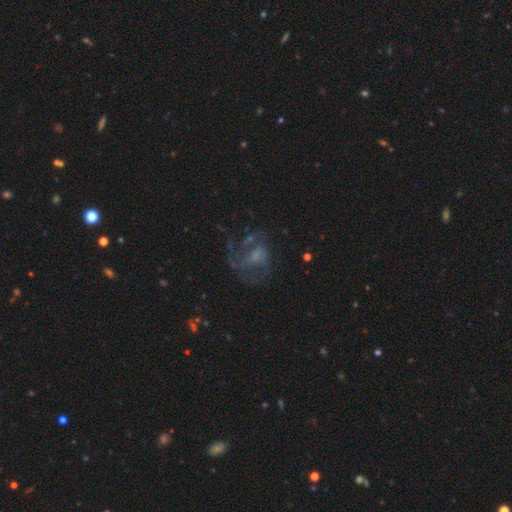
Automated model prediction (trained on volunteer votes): Smooth or featured?
  - featured or disk: 61% *
  - smooth: 22%
  - star or artifact: 17%
Edge-on disk?
  - no: 97% *
  - yes: 3%
Bar?
  - no: 65% *
  - weak: 29%
  - strong: 6%
Spiral arms?
  - yes: 58% *
  - no: 42%
Bulge size?
  - none: 37% *
  - small: 31%
  - moderate: 25%
  - large: 6%
  - dominant: 2%
Merging?
  - none: 42% *
  - major disturbance: 38%
  - minor disturbance: 16%
  - merger: 4%